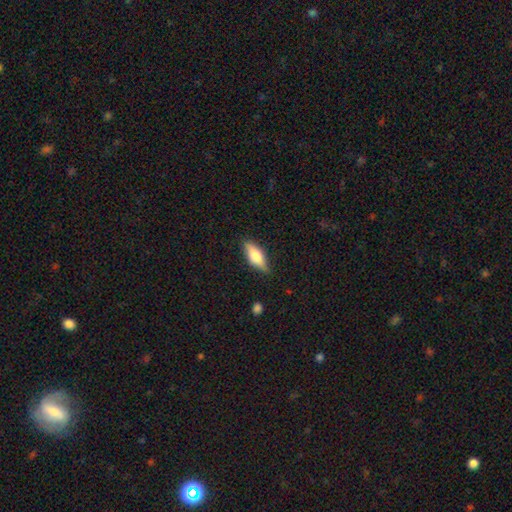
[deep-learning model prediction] smooth_or_featured: smooth (p=0.61) [alt: featured or disk p=0.32]
how_rounded: in between (p=0.67) [alt: cigar-shaped p=0.30]
merging: none (p=0.84) [alt: minor disturbance p=0.12]